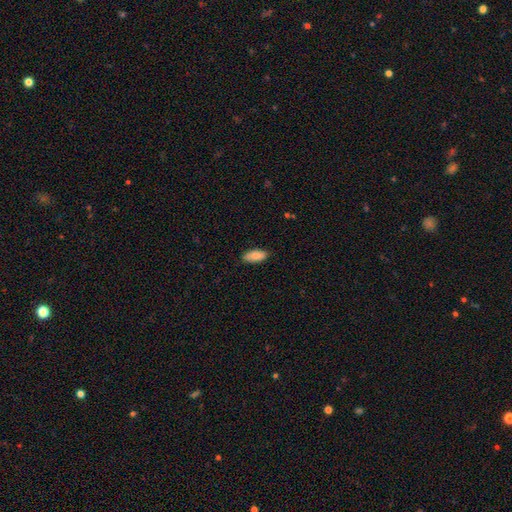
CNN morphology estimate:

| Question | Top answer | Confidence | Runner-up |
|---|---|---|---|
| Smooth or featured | smooth | 82% | featured or disk (11%) |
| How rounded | in between | 85% | cigar-shaped (13%) |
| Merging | none | 86% | minor disturbance (11%) |